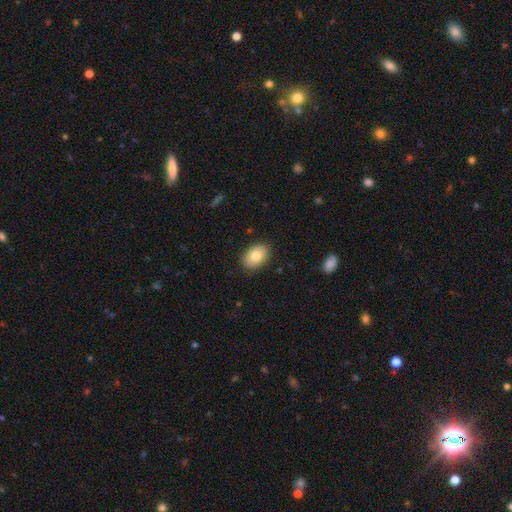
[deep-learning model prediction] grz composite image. It shows a smooth galaxy with no disk features (80%) that is in between round and cigar-shaped (84%). Merging: none (87%).